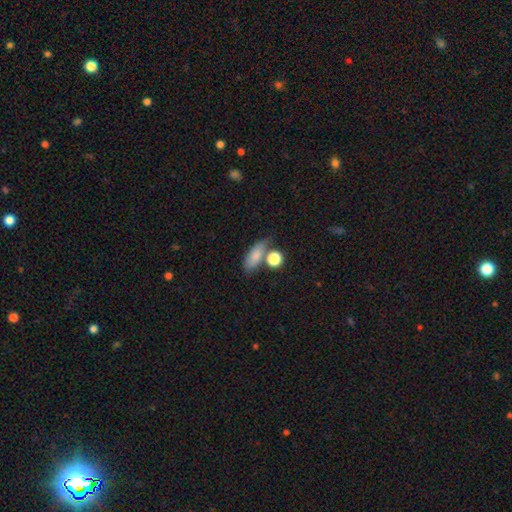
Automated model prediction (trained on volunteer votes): Smooth or featured?
  - smooth: 79% *
  - featured or disk: 11%
  - star or artifact: 9%
How rounded?
  - in between: 73% *
  - cigar-shaped: 15%
  - round: 12%
Merging?
  - none: 54% *
  - merger: 21%
  - minor disturbance: 18%
  - major disturbance: 8%